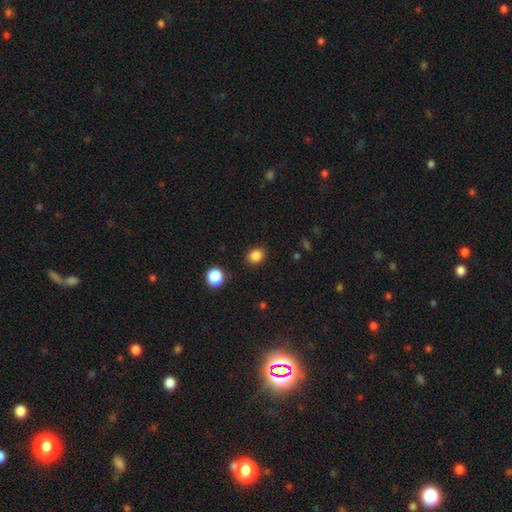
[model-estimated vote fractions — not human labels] Q: Smooth or featured?
A: smooth (85%); runner-up: star or artifact (11%)
Q: How rounded?
A: round (58%); runner-up: in between (41%)
Q: Merging?
A: none (86%); runner-up: minor disturbance (9%)